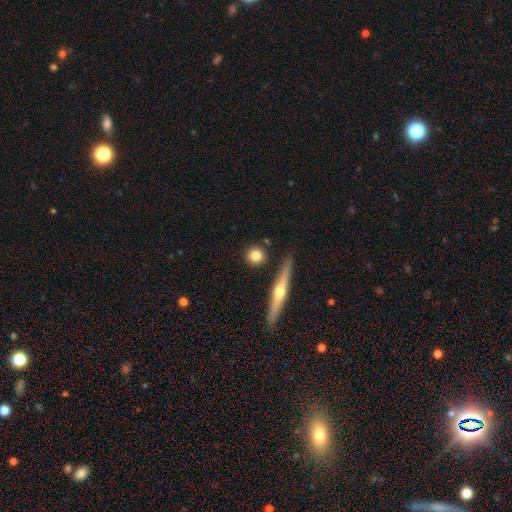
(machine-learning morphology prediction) The model was most divided on "smooth or featured": smooth: 77%, featured or disk: 16%, star or artifact: 8%. More confident: how rounded — round (88%); merging — none (85%).